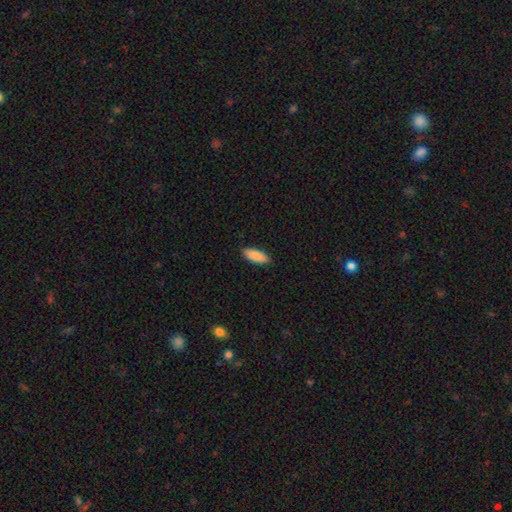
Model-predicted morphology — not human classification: Q: Smooth or featured?
A: smooth (89%); runner-up: star or artifact (6%)
Q: How rounded?
A: in between (72%); runner-up: cigar-shaped (26%)
Q: Merging?
A: none (89%); runner-up: minor disturbance (8%)